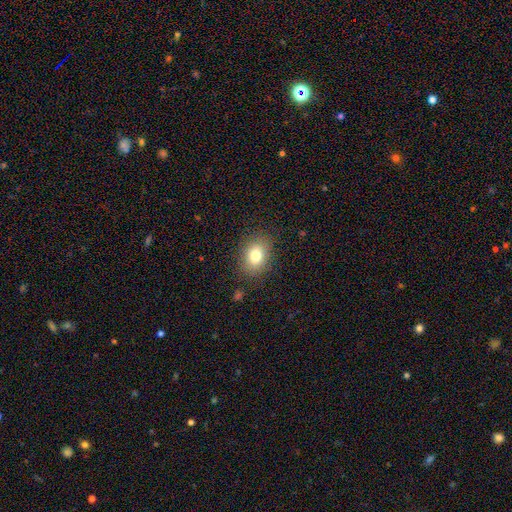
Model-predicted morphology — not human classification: type=smooth (79%); roundness=in between (69%); merging=none (84%).